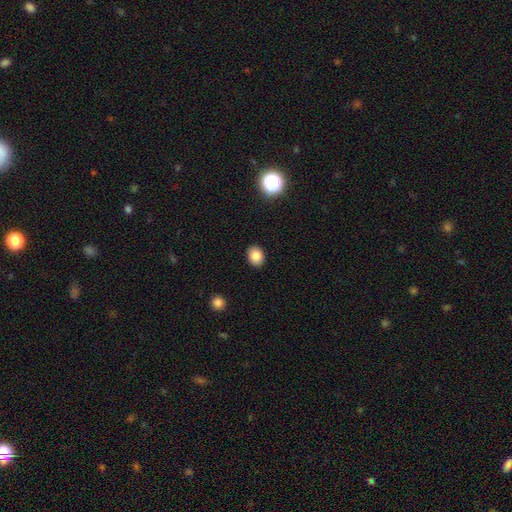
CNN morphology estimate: smooth-or-featured: smooth: 84% | star or artifact: 11% | featured or disk: 6%
  how-rounded: in between: 54% | round: 45% | cigar-shaped: 1%
  merging: none: 90% | minor disturbance: 7% | major disturbance: 2% | merger: 1%